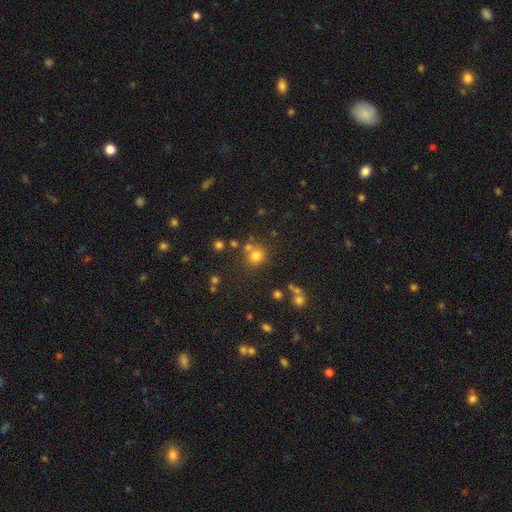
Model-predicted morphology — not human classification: A smooth galaxy with no disk features (75%) that is round (86%).

Vote fractions:
- Smooth or featured? smooth: 75% / star or artifact: 17% / featured or disk: 8%
- How rounded? round: 86% / in between: 13% / cigar-shaped: 1%
- Merging? none: 68% / merger: 17% / minor disturbance: 10% / major disturbance: 4%